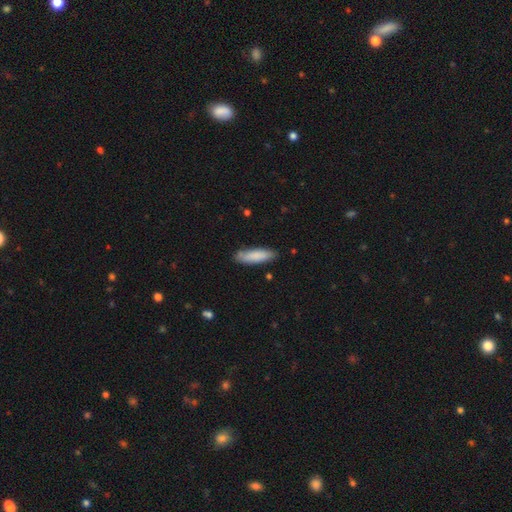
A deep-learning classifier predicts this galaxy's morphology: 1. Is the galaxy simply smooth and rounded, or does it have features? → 83% smooth, 11% featured or disk, 6% star or artifact.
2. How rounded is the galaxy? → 57% cigar-shaped, 42% in between, 1% round.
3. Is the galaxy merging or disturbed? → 79% none, 16% minor disturbance, 3% major disturbance, 2% merger.